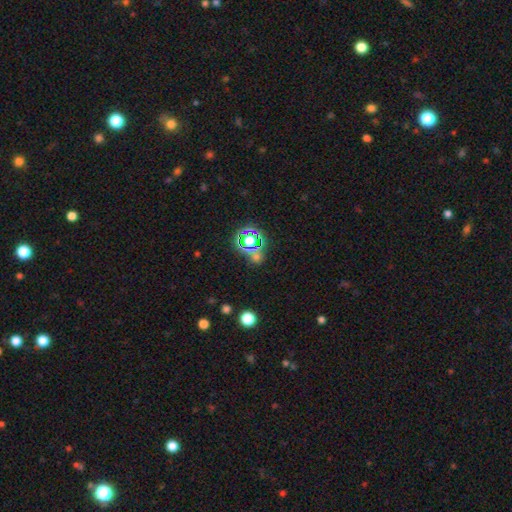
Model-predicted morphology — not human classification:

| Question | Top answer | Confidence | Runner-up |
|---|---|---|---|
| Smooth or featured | star or artifact | 59% | smooth (32%) |